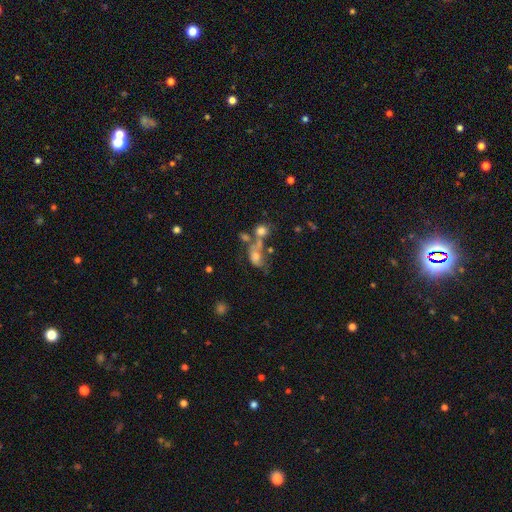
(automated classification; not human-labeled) smooth 53%, featured or disk 32%, star or artifact 15%. Down the decision tree: how rounded — in between (75%); merging — merger (43%).